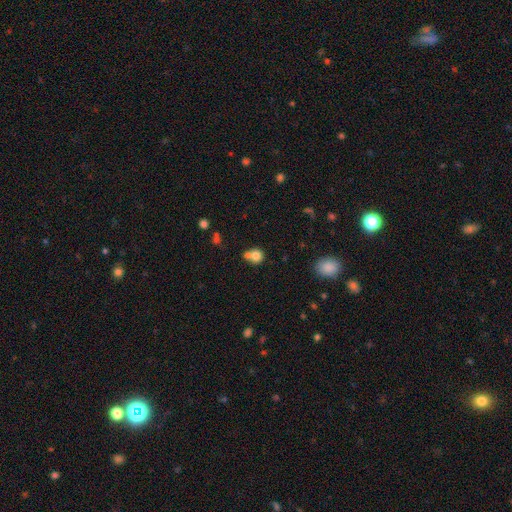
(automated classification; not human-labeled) A smooth galaxy with no disk features (78%) that is round (83%).

Vote fractions:
- Smooth or featured? smooth: 78% / featured or disk: 11% / star or artifact: 11%
- How rounded? round: 83% / in between: 16% / cigar-shaped: 1%
- Merging? none: 44% / merger: 41% / minor disturbance: 10% / major disturbance: 4%